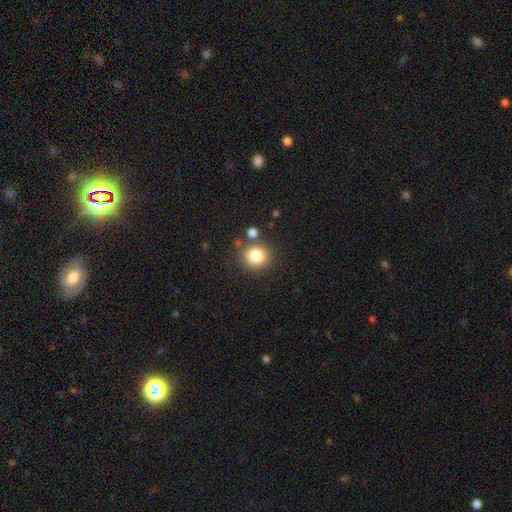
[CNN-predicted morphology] The model was most divided on "smooth or featured": smooth: 81%, star or artifact: 12%, featured or disk: 7%. More confident: how rounded — round (84%); merging — none (81%).